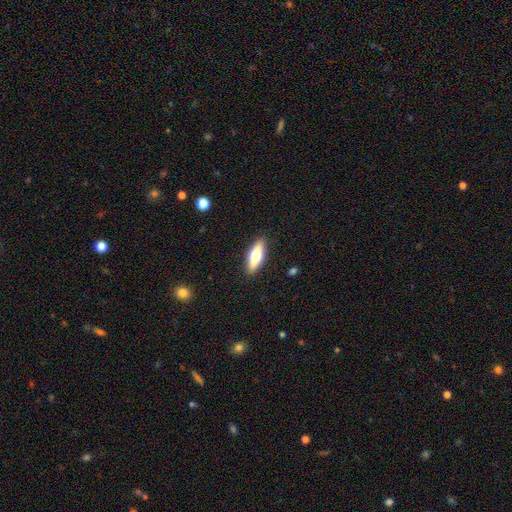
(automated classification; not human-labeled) Smooth or featured: smooth — 62% (featured or disk — 32%)
How rounded: in between — 58% (cigar-shaped — 39%)
Merging: none — 89% (minor disturbance — 8%)